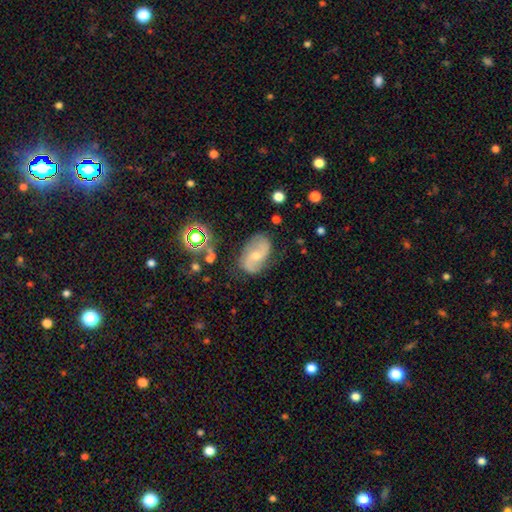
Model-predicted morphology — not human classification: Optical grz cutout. It shows a featured or disk galaxy (75%) with no bar (51%), 2 (89%) loose (44%) spiral arms (93%) and a small central bulge (47%). Merging: none (73%).